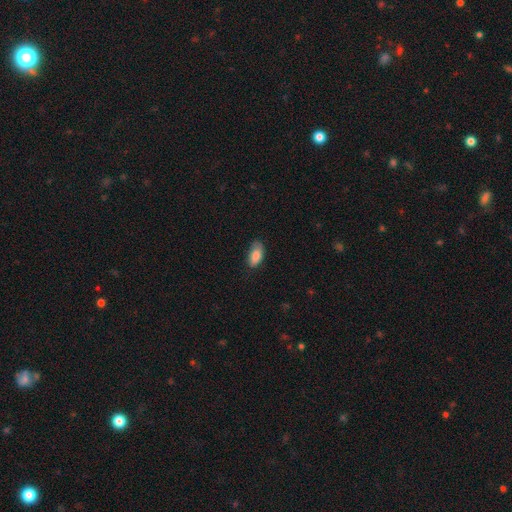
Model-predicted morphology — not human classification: type=smooth (85%); roundness=in between (91%); merging=none (67%).